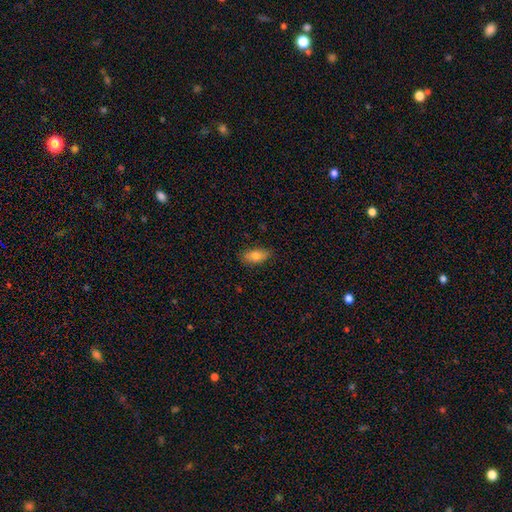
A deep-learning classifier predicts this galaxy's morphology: Q: Smooth or featured?
A: smooth (79%); runner-up: featured or disk (14%)
Q: How rounded?
A: in between (88%); runner-up: cigar-shaped (8%)
Q: Merging?
A: none (82%); runner-up: minor disturbance (14%)